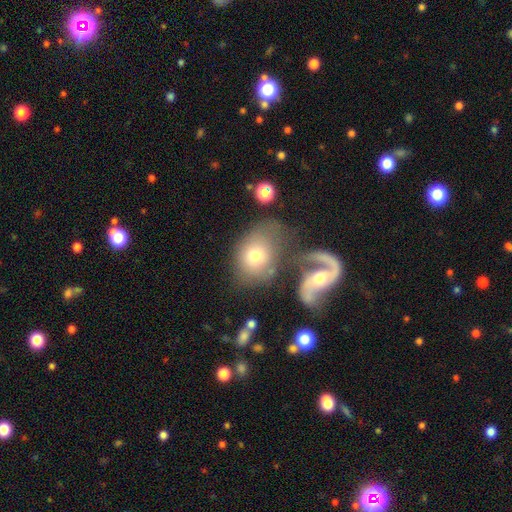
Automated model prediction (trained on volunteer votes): smooth_or_featured: smooth (p=0.57) [alt: featured or disk p=0.35]
how_rounded: in between (p=0.59) [alt: round p=0.40]
merging: none (p=0.39) [alt: merger p=0.34]